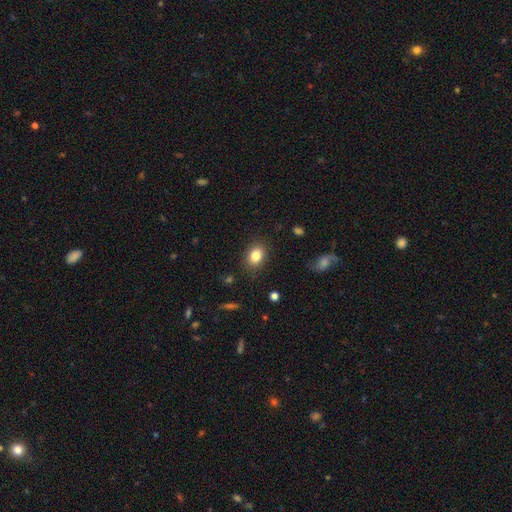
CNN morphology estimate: This is clearly a smooth galaxy (84%). How rounded: likely in between (69%). Merging: clearly none (85%).